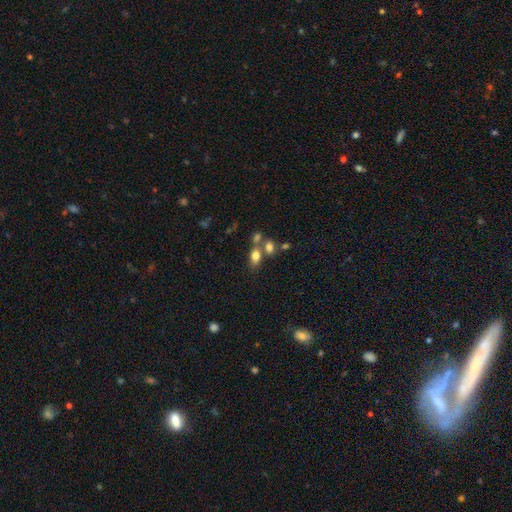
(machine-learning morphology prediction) smooth-or-featured: smooth: 77% | featured or disk: 12% | star or artifact: 11%
  how-rounded: in between: 83% | round: 14% | cigar-shaped: 3%
  merging: none: 45% | merger: 40% | minor disturbance: 11% | major disturbance: 5%